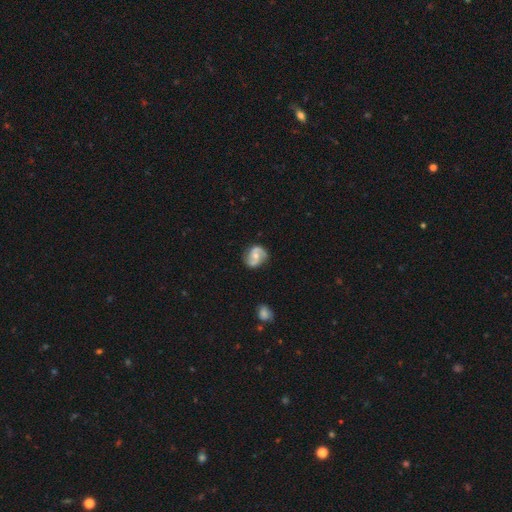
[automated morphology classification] featured or disk 79%, smooth 15%, star or artifact 6%. Down the decision tree: edge-on disk — no (98%); bar — no (51%); spiral arms — yes (94%); spiral arm count — 2 (91%); spiral winding — medium (47%); bulge size — moderate (56%); merging — none (78%).